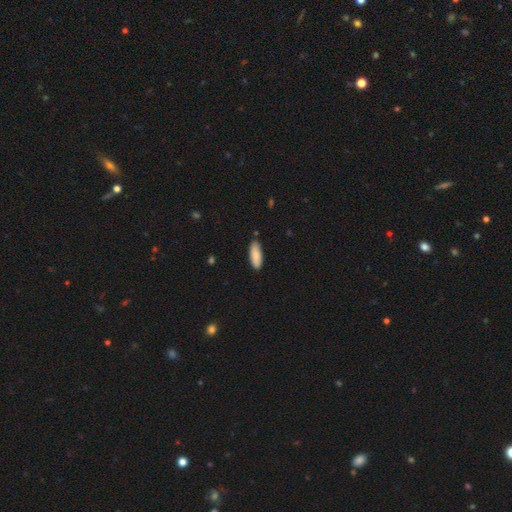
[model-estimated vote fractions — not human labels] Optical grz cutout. It shows a smooth galaxy with no disk features (88%) that is in between round and cigar-shaped (70%). Merging: none (82%).